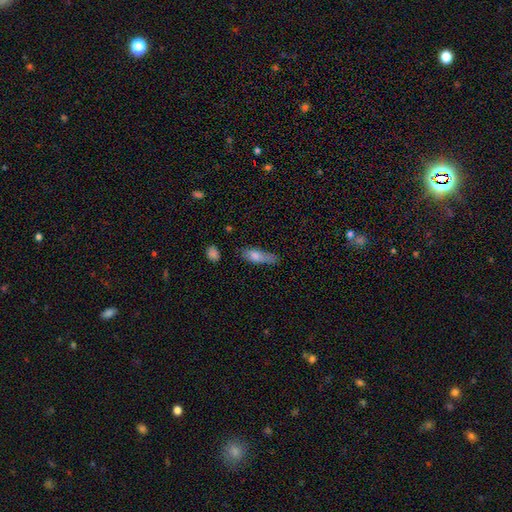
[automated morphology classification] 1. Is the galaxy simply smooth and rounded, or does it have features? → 70% smooth, 22% featured or disk, 8% star or artifact.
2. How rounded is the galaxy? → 54% cigar-shaped, 44% in between, 3% round.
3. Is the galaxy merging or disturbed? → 59% none, 29% minor disturbance, 9% major disturbance, 4% merger.